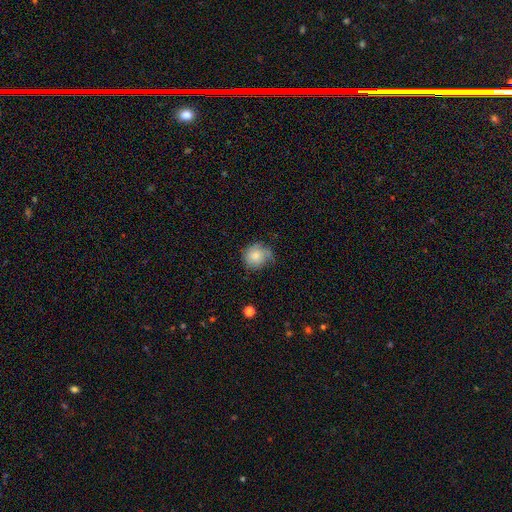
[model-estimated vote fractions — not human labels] Smooth or featured? Predicted: smooth (p=0.68). How rounded? Predicted: round (p=0.81). Merging? Predicted: none (p=0.51).